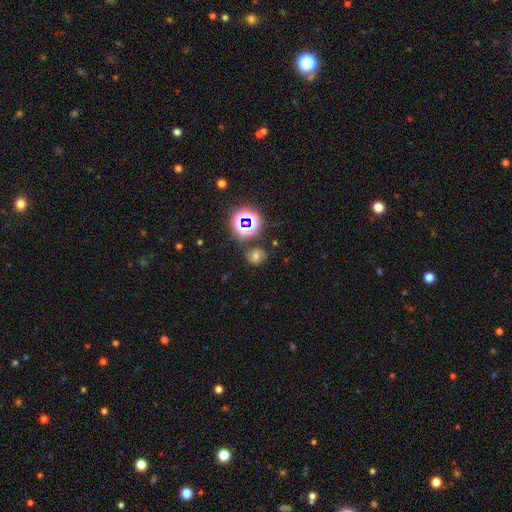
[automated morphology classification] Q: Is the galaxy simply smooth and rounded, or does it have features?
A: smooth — 46%.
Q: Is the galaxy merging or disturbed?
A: none — 76%.